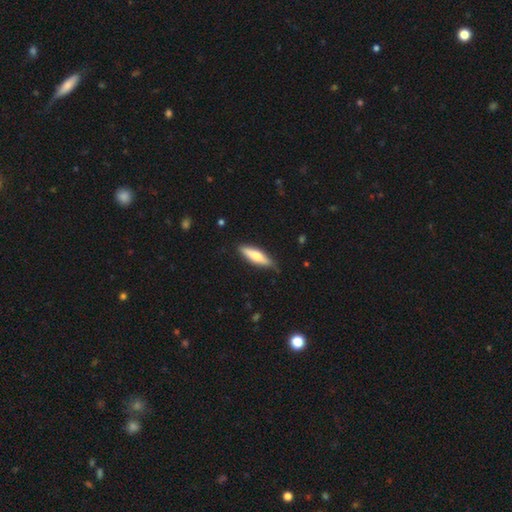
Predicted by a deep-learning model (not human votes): This is likely a smooth galaxy (60%). How rounded: likely cigar-shaped (65%). Merging: clearly none (82%).